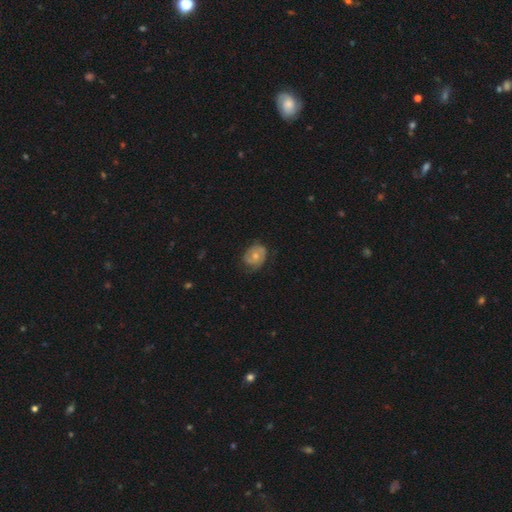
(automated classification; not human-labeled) A featured or disk galaxy (62%) with no bar (77%), spiral arms (81%) and a moderate central bulge (62%).

Vote fractions:
- Smooth or featured? featured or disk: 62% / smooth: 31% / star or artifact: 7%
- Edge-on disk? no: 97% / yes: 3%
- Bar? no: 77% / weak: 20% / strong: 4%
- Spiral arms? yes: 81% / no: 19%
- Bulge size? moderate: 62% / small: 33% / large: 3% / none: 2% / dominant: 1%
- Merging? none: 63% / minor disturbance: 26% / major disturbance: 10% / merger: 1%